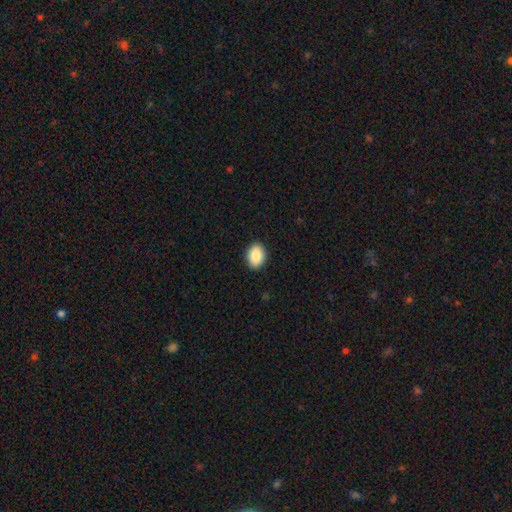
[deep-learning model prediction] Overall: smooth (88%). How rounded: in between (75%). Merging: none (91%).